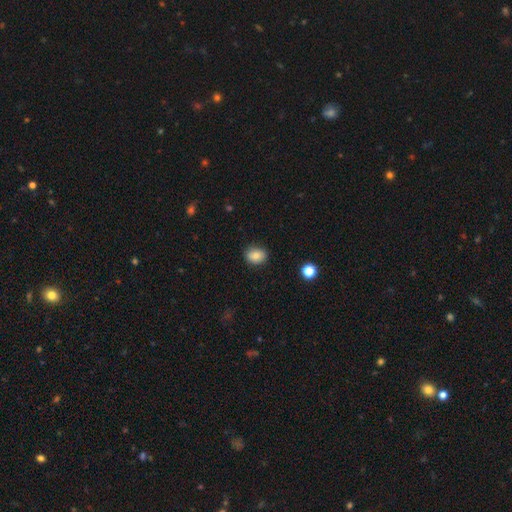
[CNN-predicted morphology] smooth_or_featured: smooth (p=0.81) [alt: star or artifact p=0.10]
how_rounded: round (p=0.55) [alt: in between p=0.44]
merging: none (p=0.86) [alt: minor disturbance p=0.11]